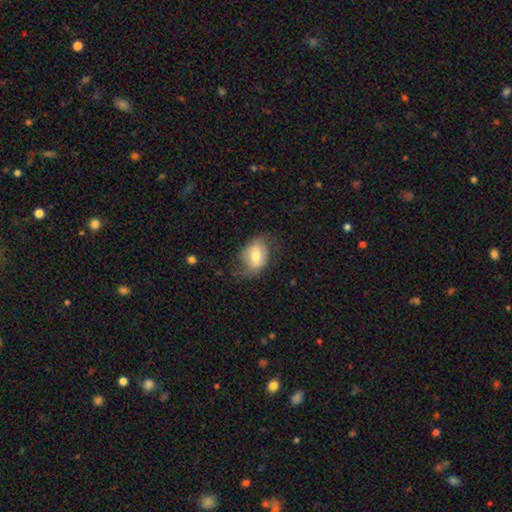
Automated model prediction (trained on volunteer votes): smooth-or-featured: smooth: 62% | featured or disk: 31% | star or artifact: 7%
  how-rounded: in between: 71% | round: 27% | cigar-shaped: 1%
  merging: none: 60% | minor disturbance: 26% | major disturbance: 13% | merger: 1%